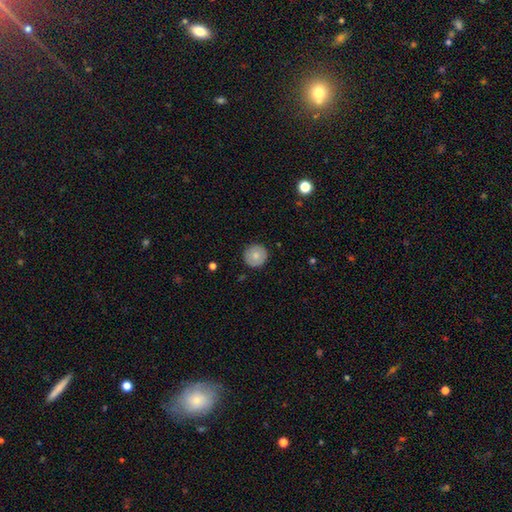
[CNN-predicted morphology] This is likely a smooth galaxy (75%). How rounded: clearly round (95%). Merging: clearly none (91%).